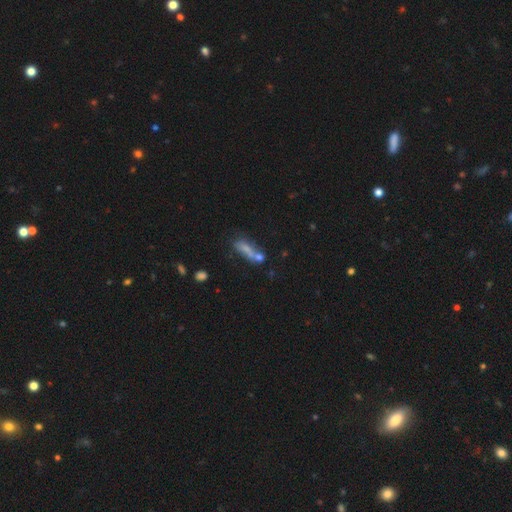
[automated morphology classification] Overall: smooth (52%; featured or disk 29%). How rounded: cigar-shaped (58%; in between 36%). Merging: none (39%; merger 32%).